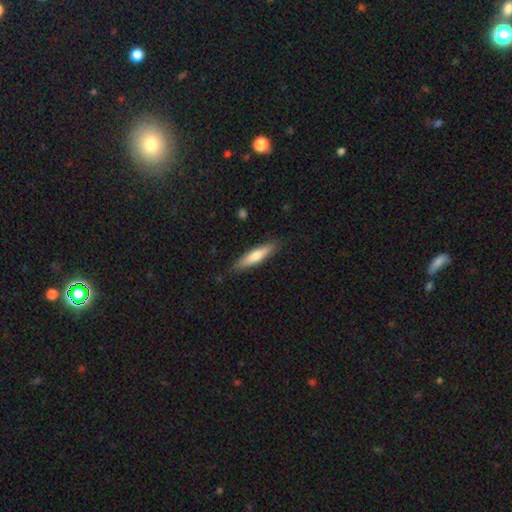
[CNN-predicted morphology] Smooth or featured? smooth (67%)
How rounded? cigar-shaped (79%)
Merging? none (87%)